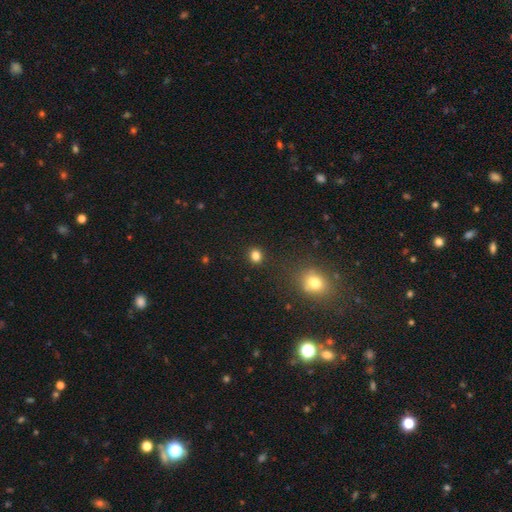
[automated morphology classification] This is clearly a smooth galaxy (81%). How rounded: likely round (75%). Merging: clearly none (88%).